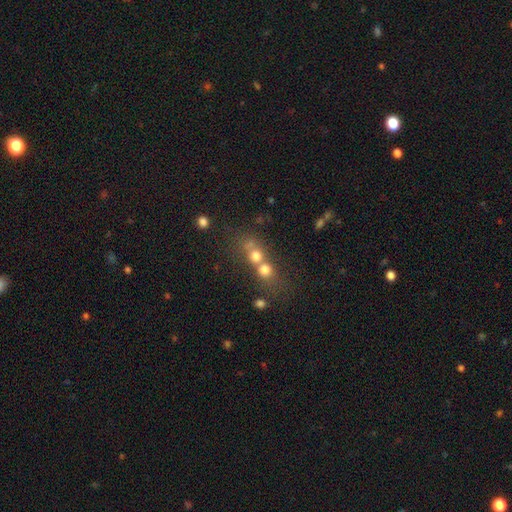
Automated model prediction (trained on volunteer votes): A smooth galaxy with no disk features (67%) that is round (78%).

Vote fractions:
- Smooth or featured? smooth: 67% / star or artifact: 16% / featured or disk: 16%
- How rounded? round: 78% / in between: 20% / cigar-shaped: 2%
- Merging? merger: 58% / none: 31% / minor disturbance: 6% / major disturbance: 5%